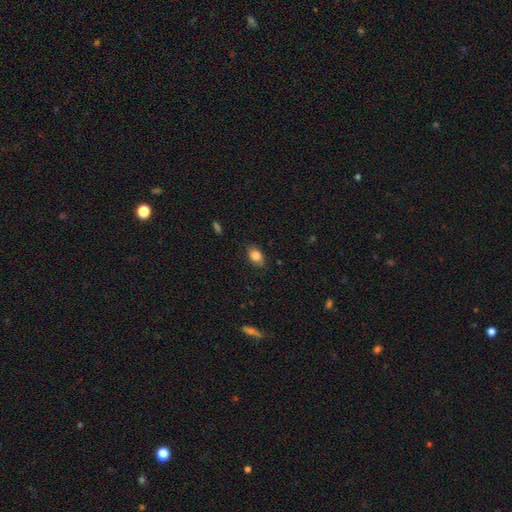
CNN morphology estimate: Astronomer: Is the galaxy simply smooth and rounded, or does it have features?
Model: smooth — 84%.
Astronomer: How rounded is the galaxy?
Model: in between — 80%.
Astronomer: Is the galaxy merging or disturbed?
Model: none — 80%.